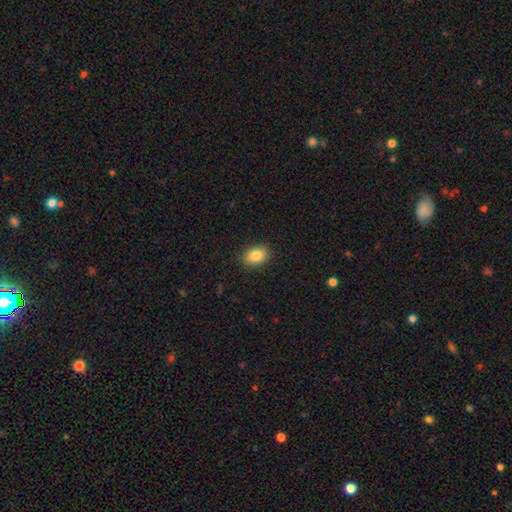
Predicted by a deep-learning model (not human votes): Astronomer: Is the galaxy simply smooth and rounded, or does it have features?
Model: smooth — 85%.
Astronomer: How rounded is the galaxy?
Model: in between — 76%.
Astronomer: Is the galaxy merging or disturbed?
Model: none — 89%.